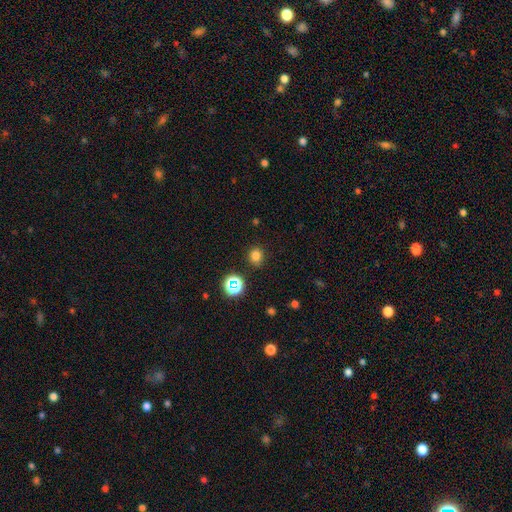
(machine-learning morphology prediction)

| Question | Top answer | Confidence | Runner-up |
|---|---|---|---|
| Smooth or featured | smooth | 77% | star or artifact (18%) |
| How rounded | round | 82% | in between (18%) |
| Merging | none | 87% | minor disturbance (8%) |